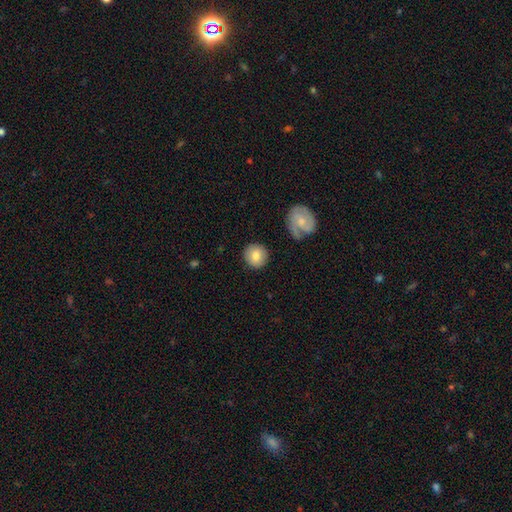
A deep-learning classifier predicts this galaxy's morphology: type=smooth (79%); roundness=round (92%); merging=none (87%).